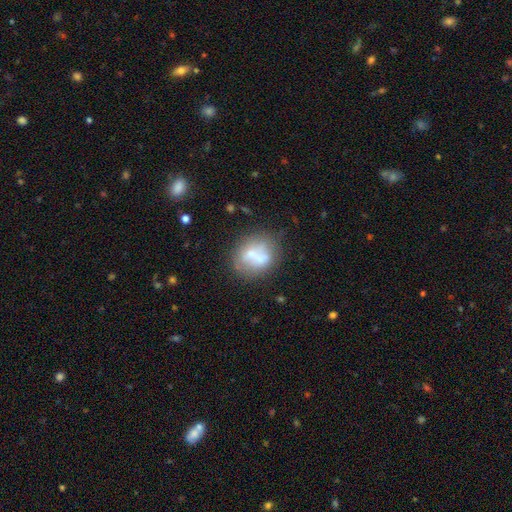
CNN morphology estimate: type=smooth (53%); roundness=round (65%); merging=none (48%).